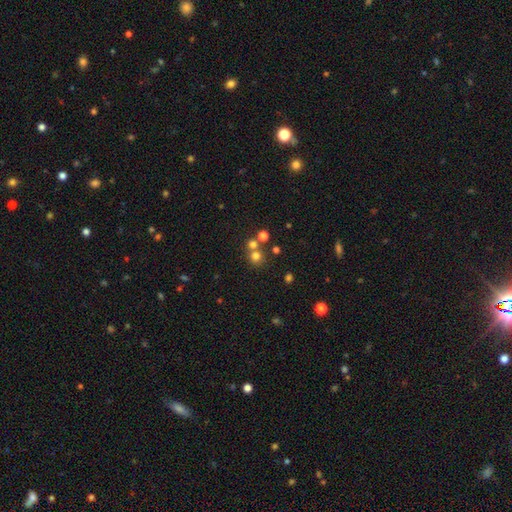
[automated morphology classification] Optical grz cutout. It shows a smooth galaxy with no disk features (70%) that is round (90%). Merging: none (59%).